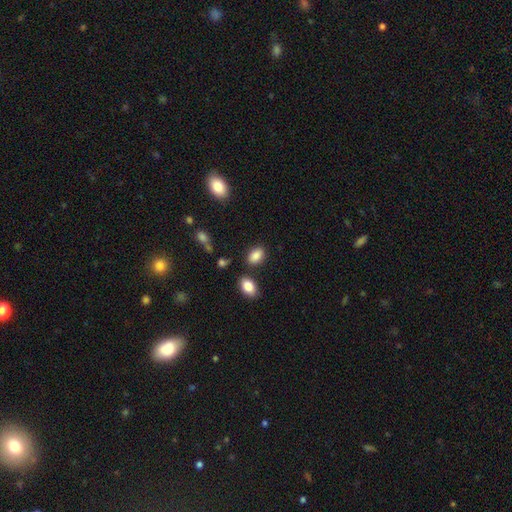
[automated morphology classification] A smooth galaxy with no disk features (87%) that is in between round and cigar-shaped (87%). Merging: none (81%).